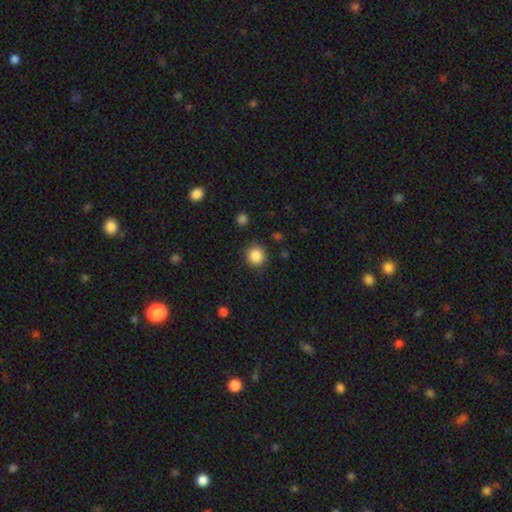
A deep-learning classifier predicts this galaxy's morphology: A smooth galaxy with no disk features (86%) that is round (93%). Merging: none (89%).